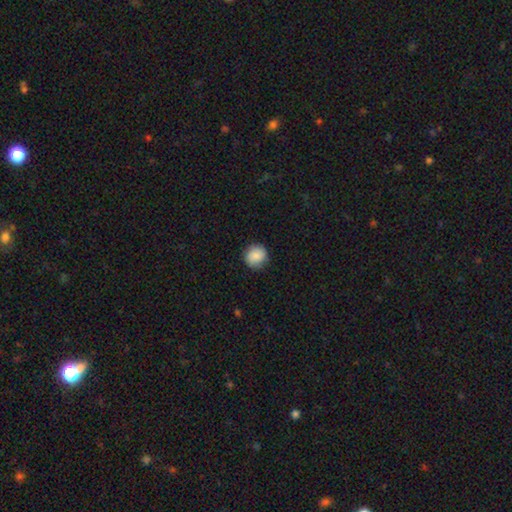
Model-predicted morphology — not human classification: Overall: smooth (87%). How rounded: round (90%). Merging: none (87%).